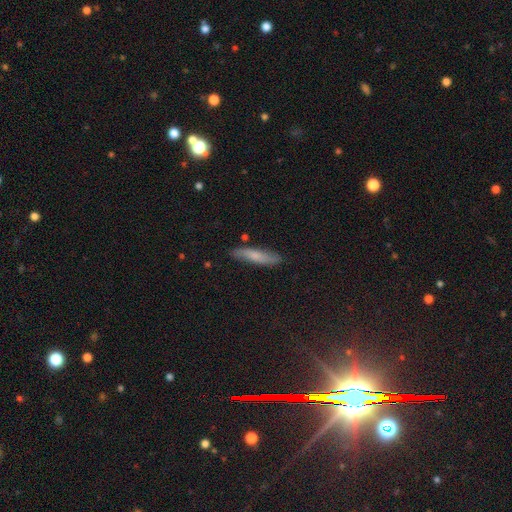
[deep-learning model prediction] The model was most divided on "smooth or featured": smooth: 65%, featured or disk: 28%, star or artifact: 7%. More confident: merging — none (82%); how rounded — cigar-shaped (82%).